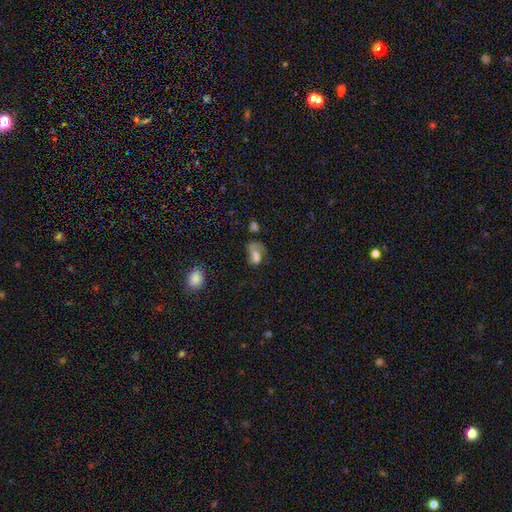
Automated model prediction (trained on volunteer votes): Q: Smooth or featured?
A: smooth (57%); runner-up: featured or disk (28%)
Q: How rounded?
A: in between (77%); runner-up: round (20%)
Q: Merging?
A: major disturbance (35%); runner-up: none (27%)